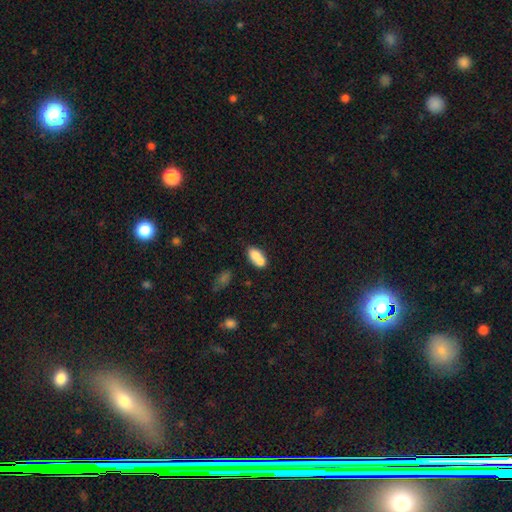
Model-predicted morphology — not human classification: smooth 74%, featured or disk 17%, star or artifact 8%. Down the decision tree: how rounded — in between (84%); merging — merger (53%).